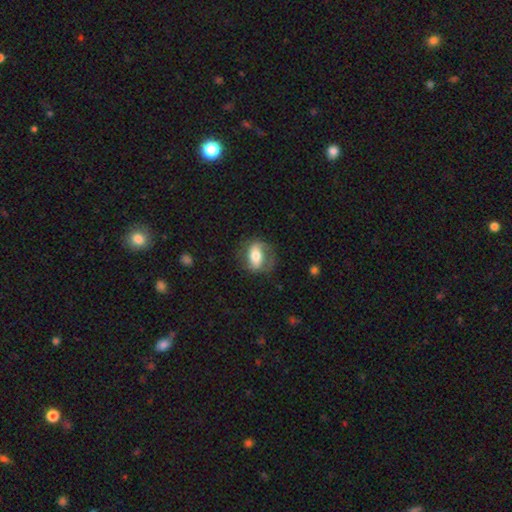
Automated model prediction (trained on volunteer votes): Overall: featured or disk (50%; smooth 43%). Merging: none (67%).